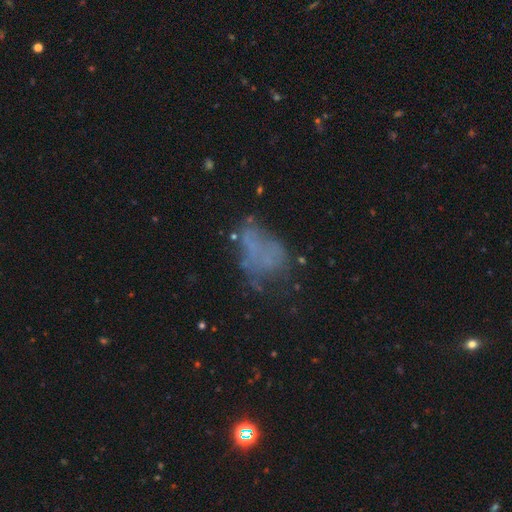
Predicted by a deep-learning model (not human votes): The model was most divided on "merging": major disturbance: 36%, none: 34%, minor disturbance: 21%, merger: 9%. Remaining: smooth or featured — featured or disk (41%).